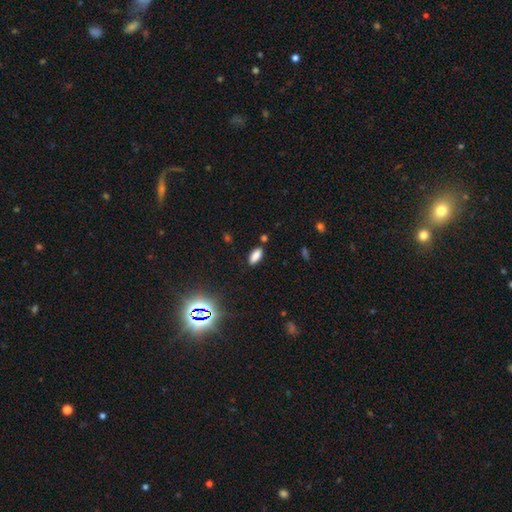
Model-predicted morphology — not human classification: Overall: smooth (80%). How rounded: in between (83%). Merging: none (86%).